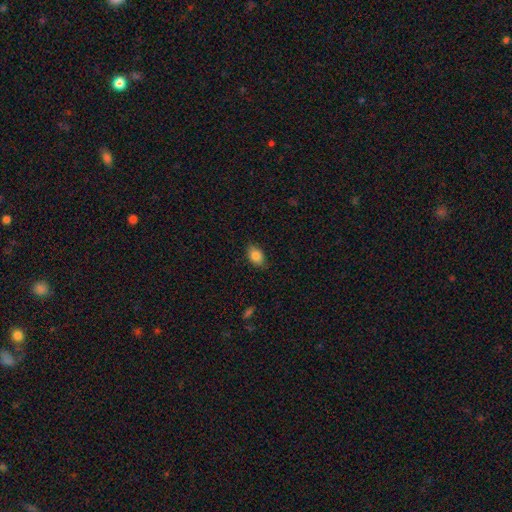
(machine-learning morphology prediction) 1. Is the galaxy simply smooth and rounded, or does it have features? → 85% smooth, 8% star or artifact, 7% featured or disk.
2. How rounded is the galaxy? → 84% in between, 14% round, 2% cigar-shaped.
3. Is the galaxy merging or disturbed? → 83% none, 13% minor disturbance, 3% major disturbance, 1% merger.